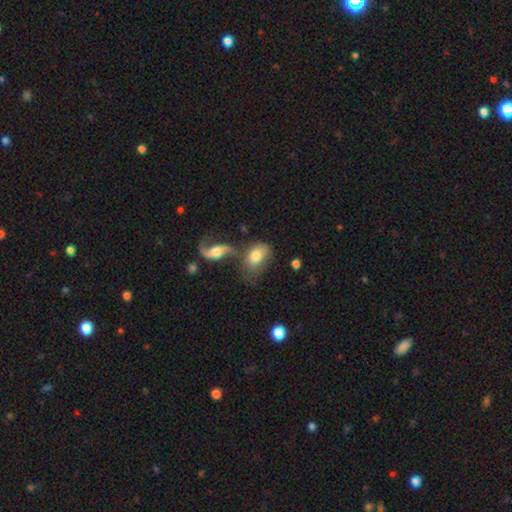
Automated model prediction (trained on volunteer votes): smooth_or_featured: smooth (p=0.64) [alt: featured or disk p=0.28]
how_rounded: in between (p=0.86) [alt: round p=0.13]
merging: none (p=0.36) [alt: merger p=0.34]